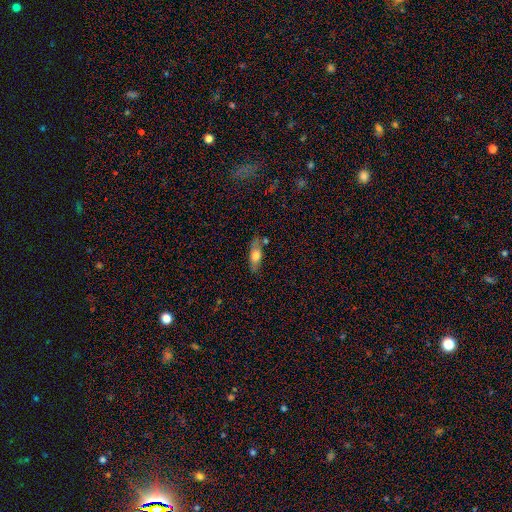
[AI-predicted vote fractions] smooth-or-featured: smooth: 63% | featured or disk: 30% | star or artifact: 7%
  how-rounded: in between: 62% | cigar-shaped: 34% | round: 3%
  merging: none: 73% | minor disturbance: 17% | merger: 6% | major disturbance: 4%